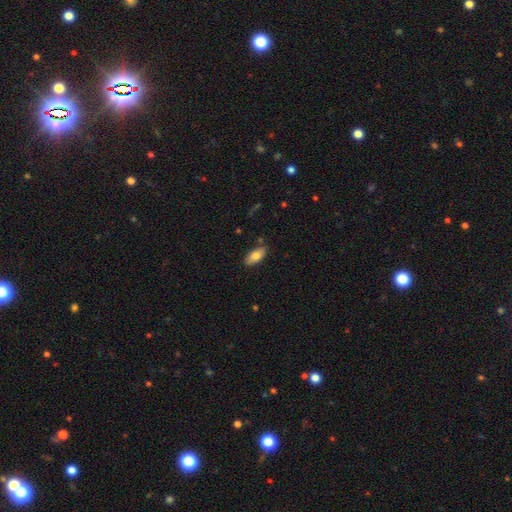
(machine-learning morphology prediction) A smooth galaxy with no disk features (79%) that is in between round and cigar-shaped (89%).

Vote fractions:
- Smooth or featured? smooth: 79% / featured or disk: 15% / star or artifact: 7%
- How rounded? in between: 89% / cigar-shaped: 9% / round: 2%
- Merging? none: 82% / minor disturbance: 13% / merger: 3% / major disturbance: 2%